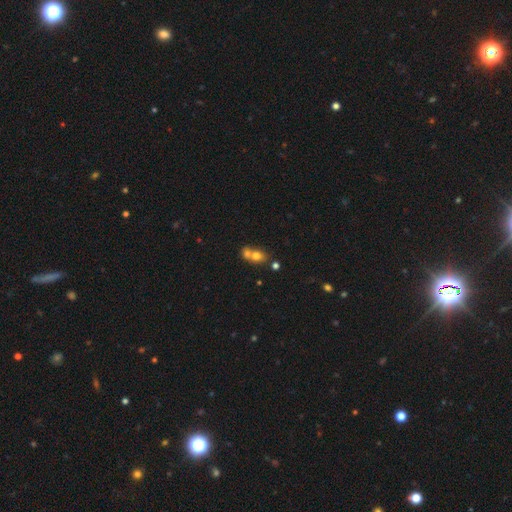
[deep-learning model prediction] Morphology: type=smooth (70%); roundness=round (56%); merging=merger (63%).